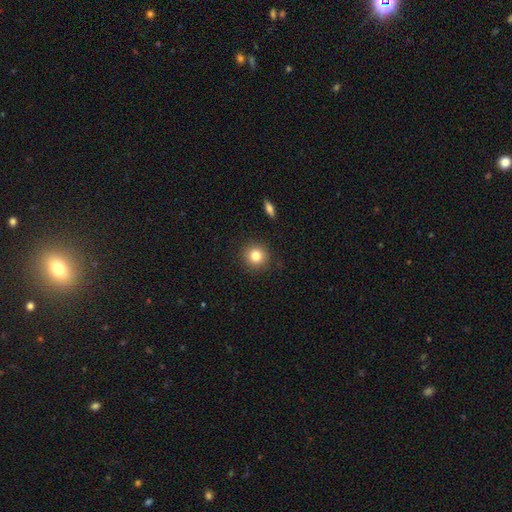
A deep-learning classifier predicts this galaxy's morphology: smooth-or-featured: smooth: 82% | star or artifact: 11% | featured or disk: 8%
  how-rounded: round: 93% | in between: 6% | cigar-shaped: 1%
  merging: none: 91% | minor disturbance: 6% | major disturbance: 2% | merger: 1%